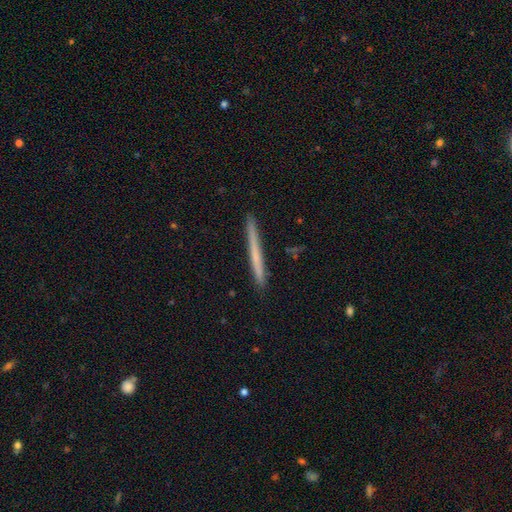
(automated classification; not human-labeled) Morphology: type=smooth (55%); roundness=cigar-shaped (97%); merging=none (92%).